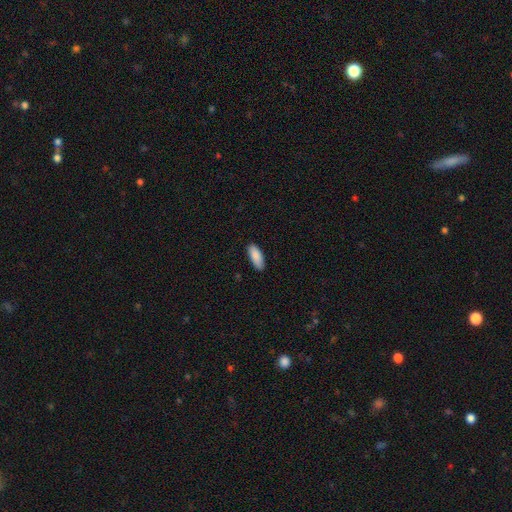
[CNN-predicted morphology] smooth 90%, star or artifact 6%, featured or disk 5%. Down the decision tree: how rounded — in between (80%); merging — none (86%).